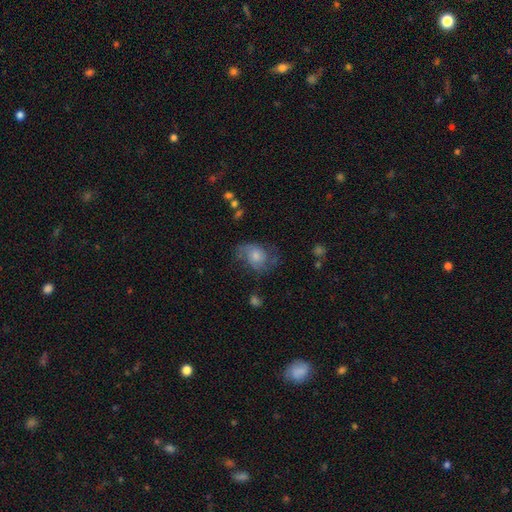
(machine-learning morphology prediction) smooth_or_featured: featured or disk (p=0.54) [alt: smooth p=0.37]
disk_edge_on: no (p=0.96) [alt: yes p=0.04]
bar: no (p=0.75) [alt: weak p=0.22]
has_spiral_arms: yes (p=0.82) [alt: no p=0.18]
bulge_size: moderate (p=0.45) [alt: small p=0.36]
merging: none (p=0.49) [alt: minor disturbance p=0.27]